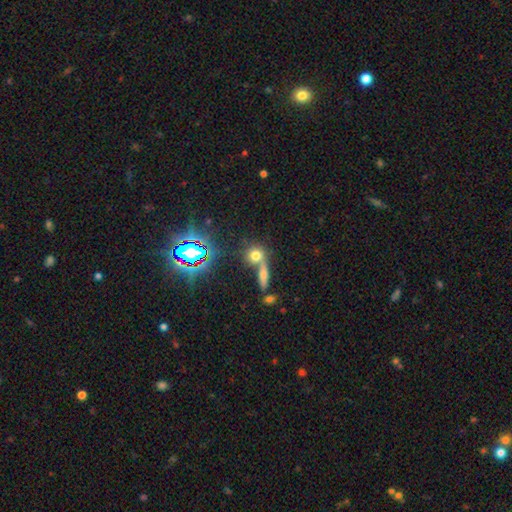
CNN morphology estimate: Smooth or featured? smooth (64%)
How rounded? round (76%)
Merging? none (49%)